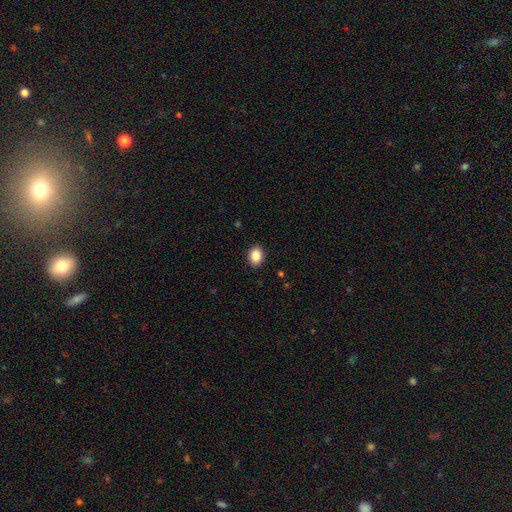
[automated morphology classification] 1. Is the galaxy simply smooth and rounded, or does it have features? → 88% smooth, 9% star or artifact, 4% featured or disk.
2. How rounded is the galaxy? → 60% in between, 39% round, 1% cigar-shaped.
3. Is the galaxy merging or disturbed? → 90% none, 7% minor disturbance, 2% major disturbance, 1% merger.